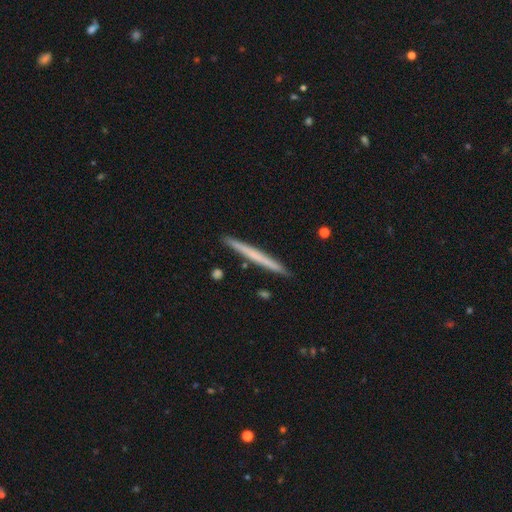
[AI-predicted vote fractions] Overall: smooth (54%; featured or disk 40%). How rounded: cigar-shaped (97%). Merging: none (92%).